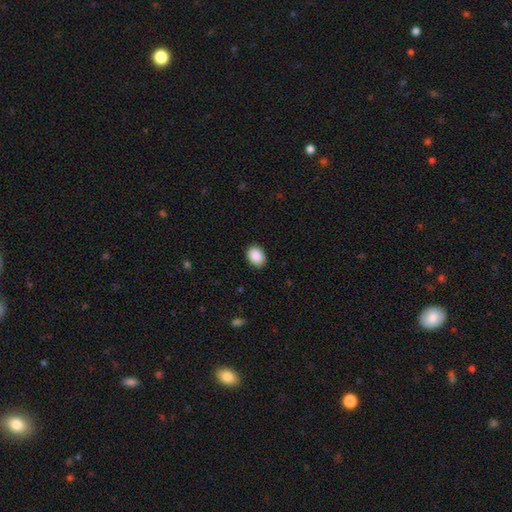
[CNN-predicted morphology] Overall: smooth (90%). How rounded: in between (74%). Merging: none (88%).